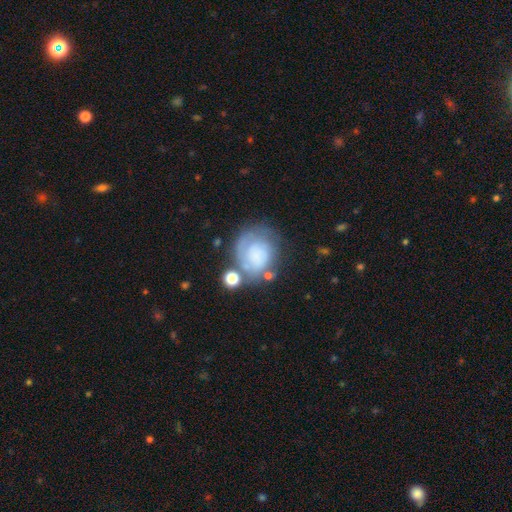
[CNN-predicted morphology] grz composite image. It shows a featured or disk galaxy (56%) with no bar (81%), spiral arms (77%) and no central bulge (43%). Merging: none (52%).